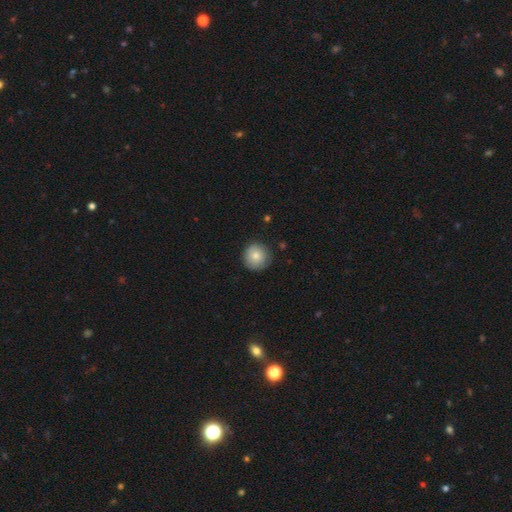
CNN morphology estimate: smooth-or-featured: smooth: 79% | featured or disk: 14% | star or artifact: 7%
  how-rounded: round: 95% | in between: 5% | cigar-shaped: 1%
  merging: none: 84% | minor disturbance: 13% | major disturbance: 2% | merger: 1%